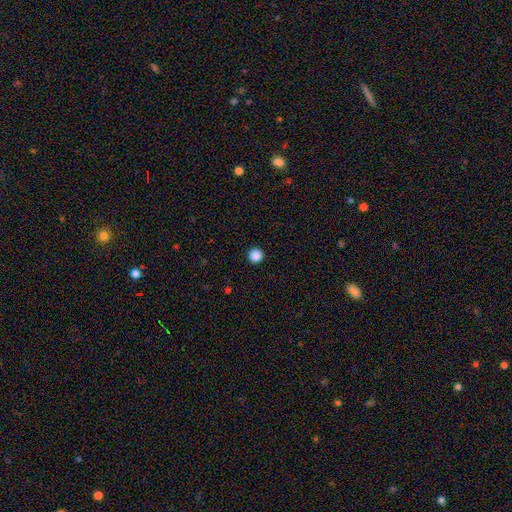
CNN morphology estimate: smooth 88%, star or artifact 10%, featured or disk 2%. Down the decision tree: how rounded — round (96%); merging — none (94%).